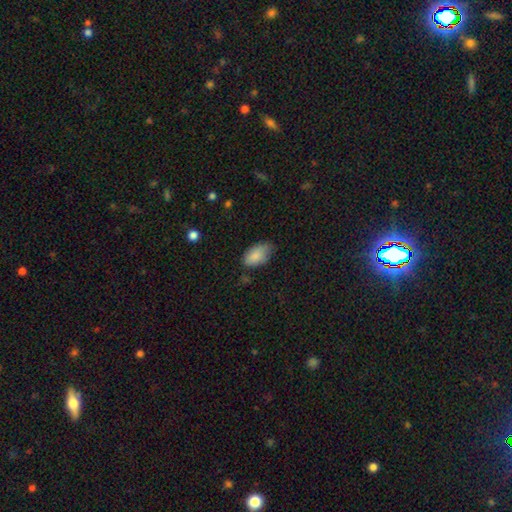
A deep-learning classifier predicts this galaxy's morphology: type=smooth (86%); roundness=in between (94%); merging=none (61%).